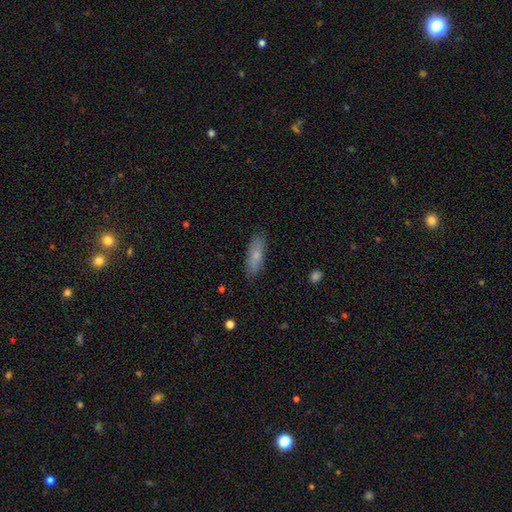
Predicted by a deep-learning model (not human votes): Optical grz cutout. It shows a smooth galaxy with no disk features (73%) that is in between round and cigar-shaped (56%). Merging: none (84%).